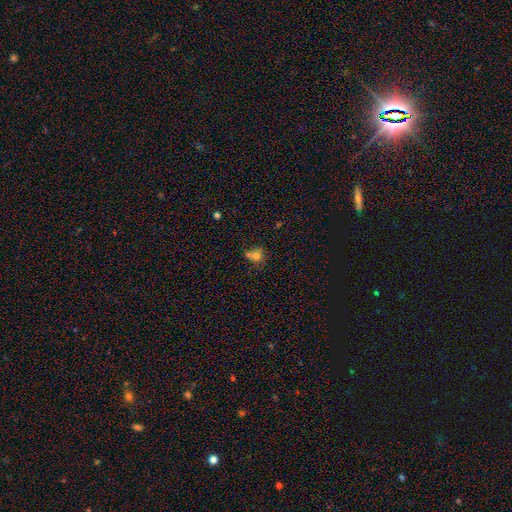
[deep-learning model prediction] Overall: smooth (68%). How rounded: round (61%; in between 37%). Merging: none (45%; minor disturbance 25%).